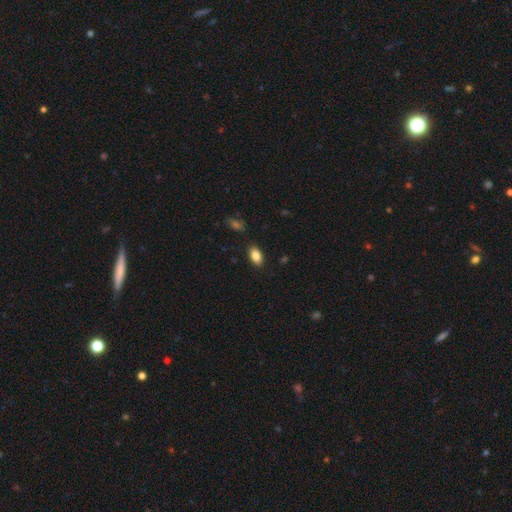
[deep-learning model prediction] Q: Smooth or featured?
A: smooth (85%); runner-up: star or artifact (8%)
Q: How rounded?
A: in between (91%); runner-up: round (6%)
Q: Merging?
A: none (87%); runner-up: minor disturbance (10%)